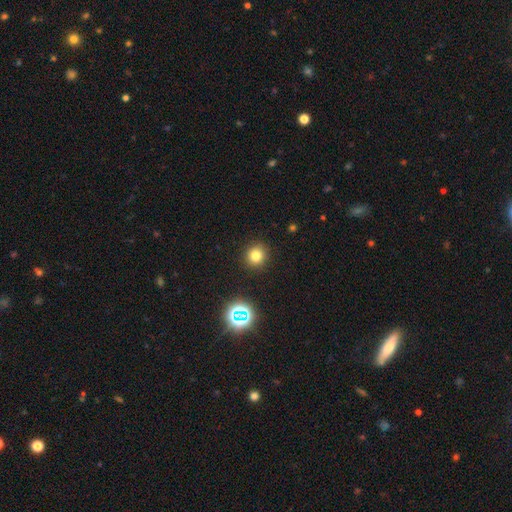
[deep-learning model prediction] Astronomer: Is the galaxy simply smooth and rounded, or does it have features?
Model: smooth — 77%.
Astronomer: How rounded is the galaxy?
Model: round — 91%.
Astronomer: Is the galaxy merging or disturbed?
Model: none — 91%.